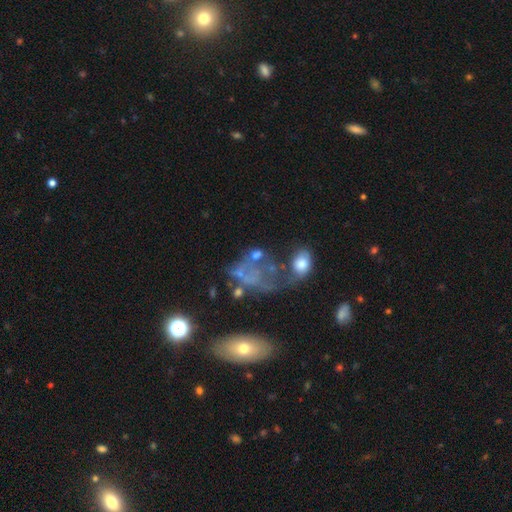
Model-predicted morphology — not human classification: Q: Smooth or featured?
A: featured or disk (41%); runner-up: star or artifact (32%)
Q: Merging?
A: none (38%); runner-up: major disturbance (23%)